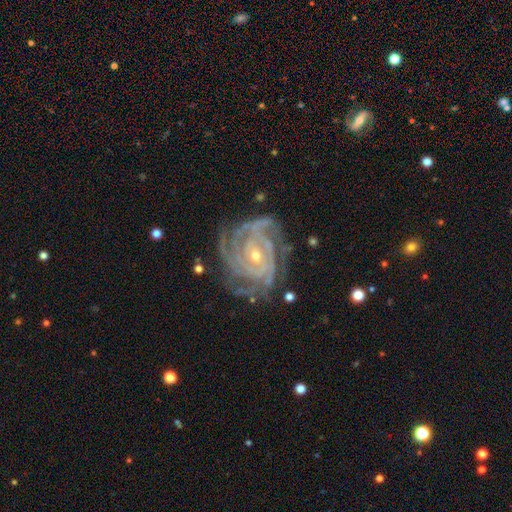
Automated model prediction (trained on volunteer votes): This appears to be a featured or disk galaxy (92%) with no bar (61%), 4 (32%) tight (77%) spiral arms (98%) and a small central bulge (67%). Merging: none (71%).